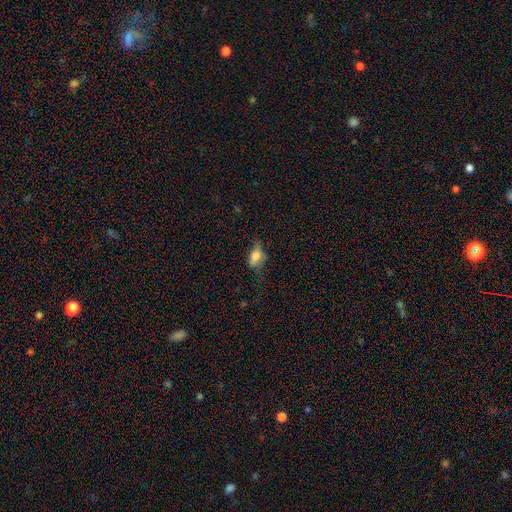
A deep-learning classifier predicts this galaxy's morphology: The model was most divided on "merging": none: 46%, minor disturbance: 30%, major disturbance: 21%, merger: 3%. More confident: how rounded — in between (79%); smooth or featured — smooth (63%).